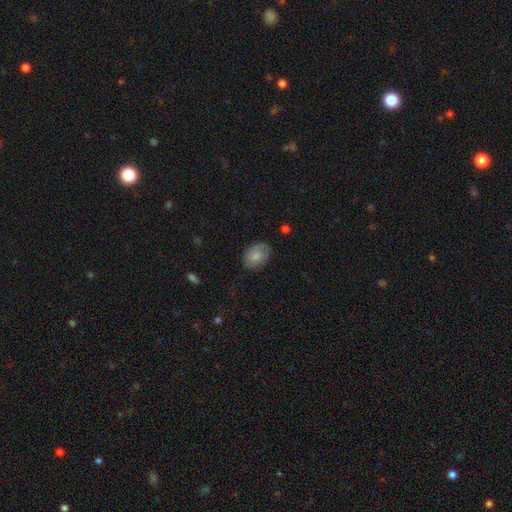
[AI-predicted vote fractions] smooth 65%, featured or disk 27%, star or artifact 7%. Down the decision tree: how rounded — in between (79%); merging — none (74%).